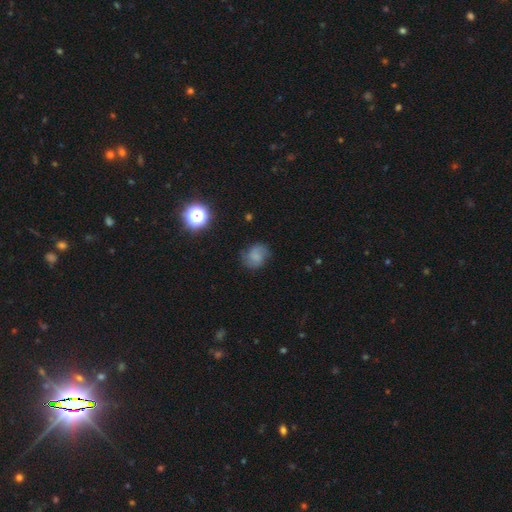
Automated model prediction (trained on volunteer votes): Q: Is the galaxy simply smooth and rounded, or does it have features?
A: smooth — 59%.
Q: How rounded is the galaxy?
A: round — 60%.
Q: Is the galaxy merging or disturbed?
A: none — 69%.